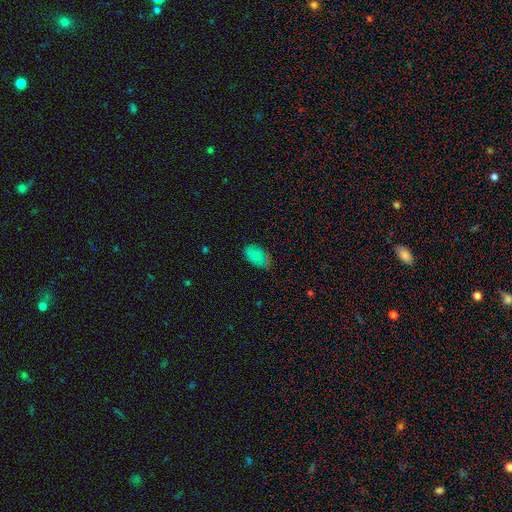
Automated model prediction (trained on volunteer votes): Smooth or featured?
  - smooth: 78% *
  - featured or disk: 13%
  - star or artifact: 8%
How rounded?
  - in between: 92% *
  - round: 7%
  - cigar-shaped: 2%
Merging?
  - none: 65% *
  - minor disturbance: 28%
  - major disturbance: 6%
  - merger: 1%